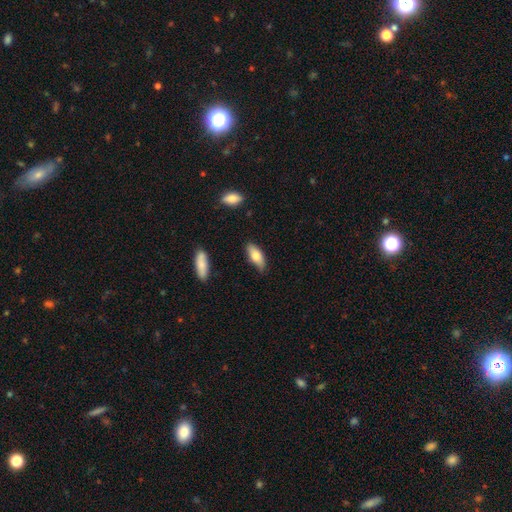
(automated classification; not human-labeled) smooth 76%, featured or disk 17%, star or artifact 6%. Down the decision tree: how rounded — in between (79%); merging — none (73%).